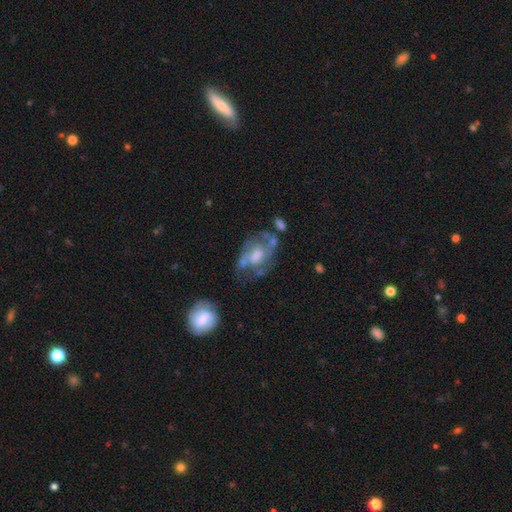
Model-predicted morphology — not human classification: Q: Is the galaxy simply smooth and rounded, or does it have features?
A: featured or disk — 63%.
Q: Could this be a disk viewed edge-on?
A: no — 96%.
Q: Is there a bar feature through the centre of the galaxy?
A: no — 62%.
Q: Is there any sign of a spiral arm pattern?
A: yes — 51%.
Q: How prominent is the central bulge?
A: moderate — 51%.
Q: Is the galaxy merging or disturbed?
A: none — 40%.